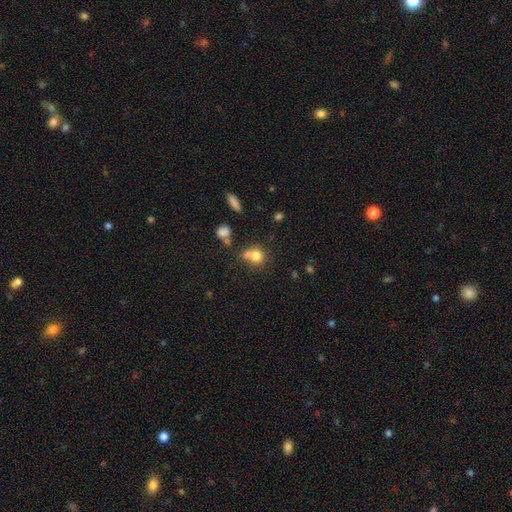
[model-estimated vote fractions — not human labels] Overall: smooth (77%). How rounded: round (75%). Merging: none (45%; merger 29%).